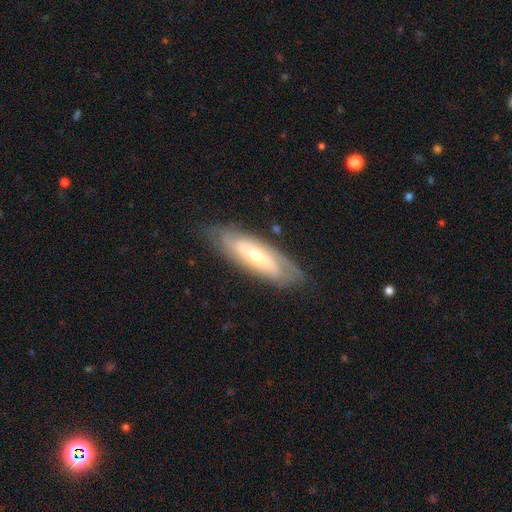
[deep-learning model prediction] A featured or disk galaxy (67%) with no bar (57%), spiral arms (76%) and a moderate central bulge (51%).

Vote fractions:
- Smooth or featured? featured or disk: 67% / smooth: 27% / star or artifact: 6%
- Edge-on disk? no: 76% / yes: 24%
- Bar? no: 57% / weak: 28% / strong: 14%
- Spiral arms? yes: 76% / no: 24%
- Bulge size? moderate: 51% / small: 43% / large: 4% / none: 1% / dominant: 1%
- Merging? none: 78% / minor disturbance: 15% / major disturbance: 5% / merger: 1%